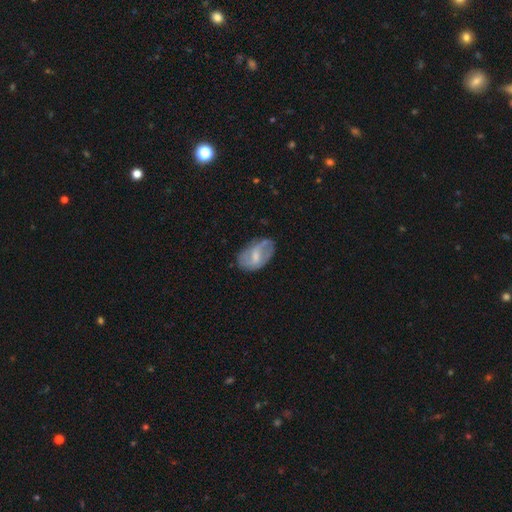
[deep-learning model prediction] This is possibly a featured or disk galaxy (49%). Merging: possibly none (55%).